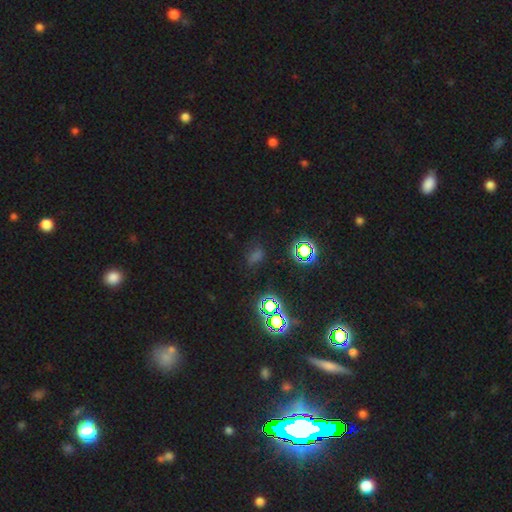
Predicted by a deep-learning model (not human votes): smooth-or-featured: star or artifact: 53% | smooth: 37% | featured or disk: 10%